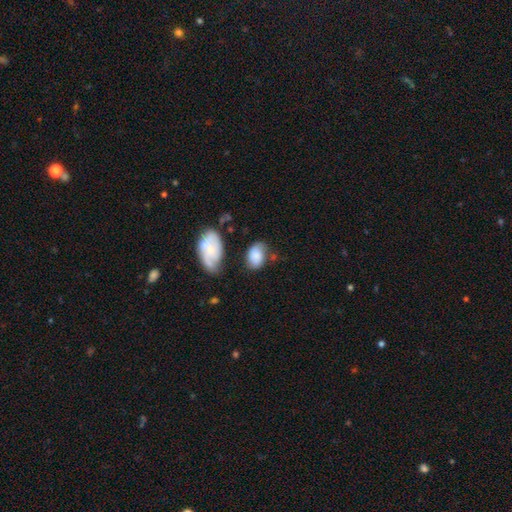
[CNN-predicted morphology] This is likely a smooth galaxy (68%). How rounded: clearly in between (81%). Merging: possibly none (53%).